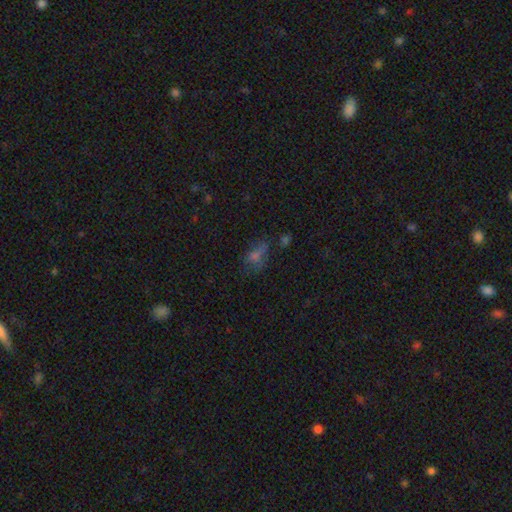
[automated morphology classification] The model was most divided on "smooth or featured": smooth: 50%, star or artifact: 31%, featured or disk: 19%. More confident: merging — none (50%).